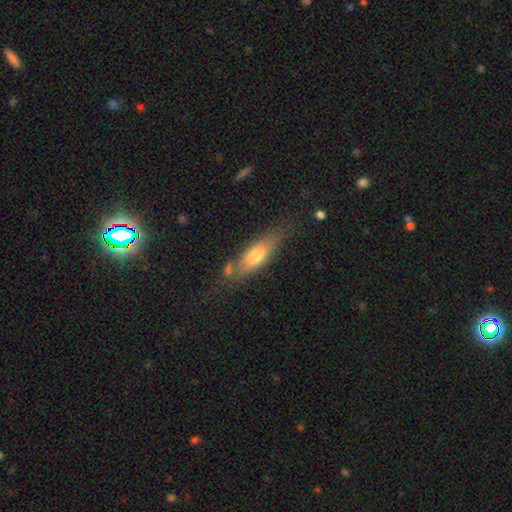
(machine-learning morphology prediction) Overall: smooth (60%; featured or disk 32%). How rounded: in between (53%; cigar-shaped 44%). Merging: none (65%).